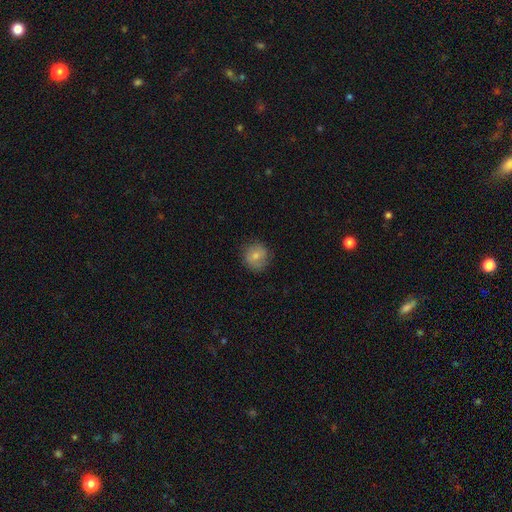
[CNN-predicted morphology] smooth-or-featured: smooth: 71% | featured or disk: 21% | star or artifact: 8%
  how-rounded: round: 88% | in between: 11% | cigar-shaped: 1%
  merging: none: 79% | minor disturbance: 15% | major disturbance: 4% | merger: 1%